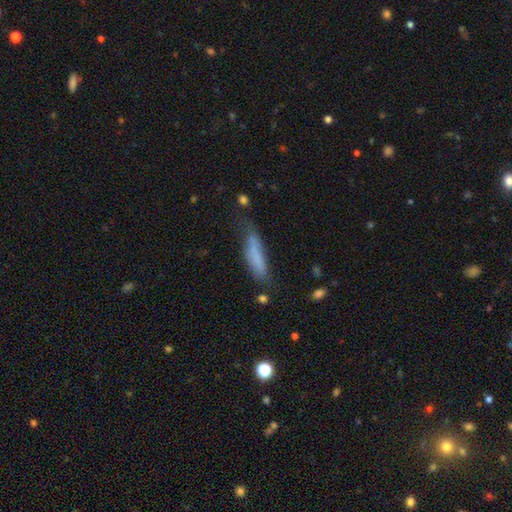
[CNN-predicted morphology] This is likely a smooth galaxy (74%). How rounded: likely cigar-shaped (73%). Merging: possibly none (48%).